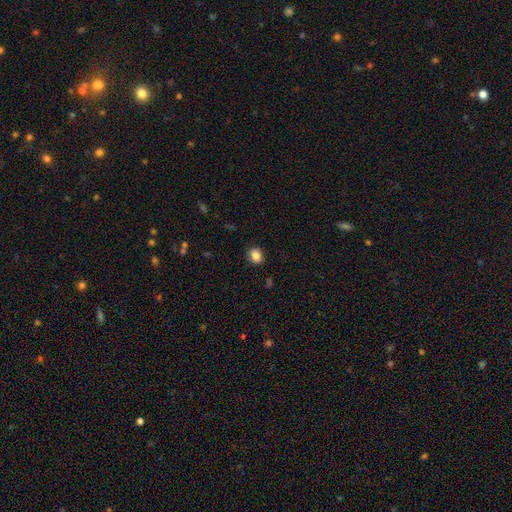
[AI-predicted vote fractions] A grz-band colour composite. It shows a smooth galaxy with no disk features (86%) that is round (65%). Merging: none (89%).